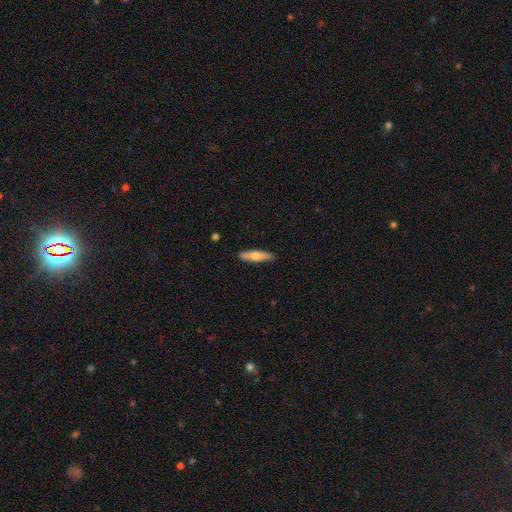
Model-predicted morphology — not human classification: Overall: smooth (66%; featured or disk 29%). How rounded: cigar-shaped (75%). Merging: none (89%).